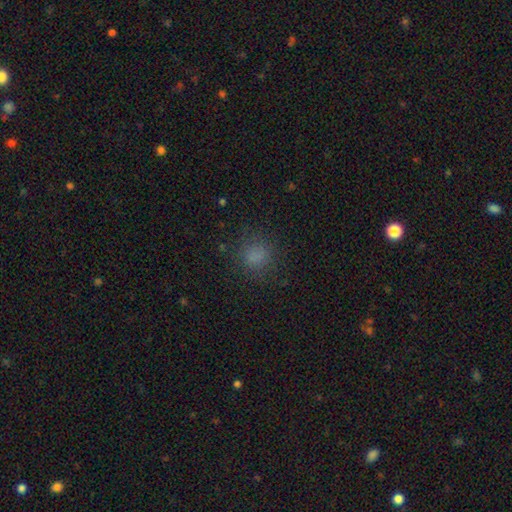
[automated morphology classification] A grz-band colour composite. It shows a smooth galaxy with no disk features (78%) that is round (83%). Merging: none (81%).